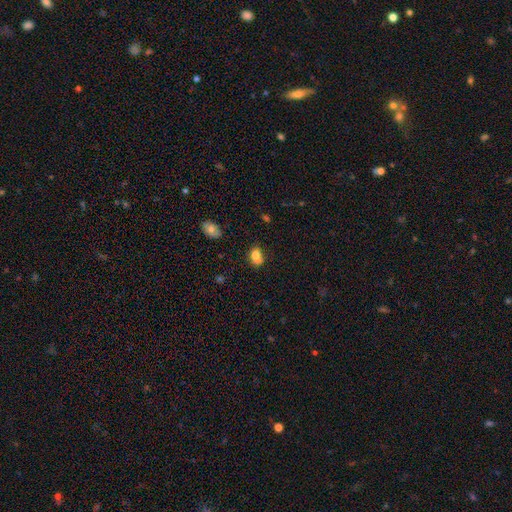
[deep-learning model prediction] Smooth or featured?
  - smooth: 77% *
  - featured or disk: 12%
  - star or artifact: 11%
How rounded?
  - in between: 68% *
  - round: 30%
  - cigar-shaped: 2%
Merging?
  - none: 43% *
  - merger: 25%
  - minor disturbance: 24%
  - major disturbance: 9%